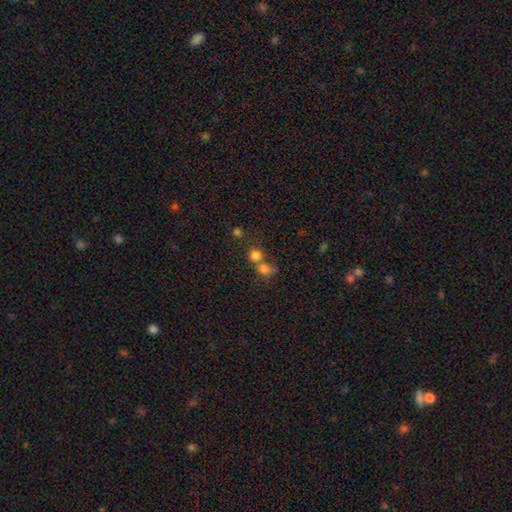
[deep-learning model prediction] Overall: smooth (78%). How rounded: round (82%). Merging: merger (45%; none 44%).